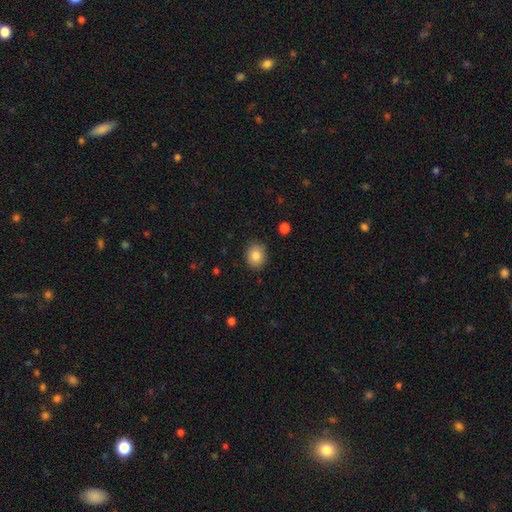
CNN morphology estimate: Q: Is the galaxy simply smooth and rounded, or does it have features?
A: smooth — 84%.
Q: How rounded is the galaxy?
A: round — 60%.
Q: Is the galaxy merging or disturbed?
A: none — 88%.